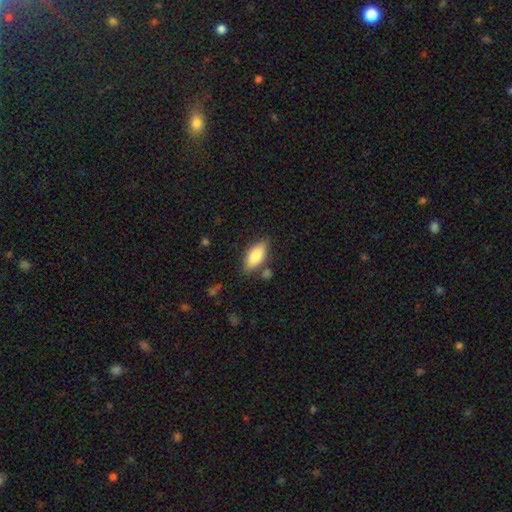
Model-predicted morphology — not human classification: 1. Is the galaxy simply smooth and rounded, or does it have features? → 80% smooth, 14% featured or disk, 7% star or artifact.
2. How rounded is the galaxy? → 85% in between, 13% cigar-shaped, 3% round.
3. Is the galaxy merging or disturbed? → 74% none, 16% minor disturbance, 5% merger, 4% major disturbance.